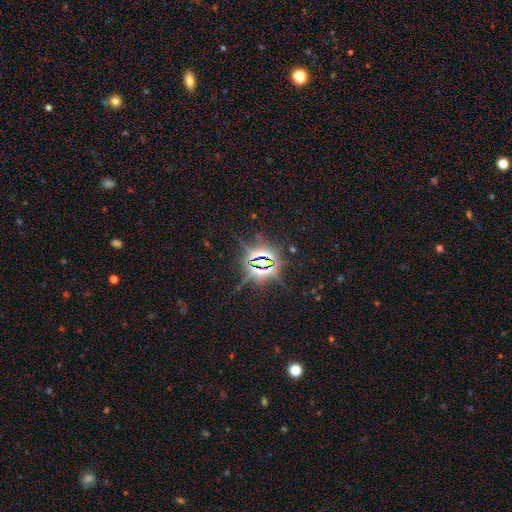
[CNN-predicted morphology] Smooth or featured: star or artifact — 85% (featured or disk — 8%)